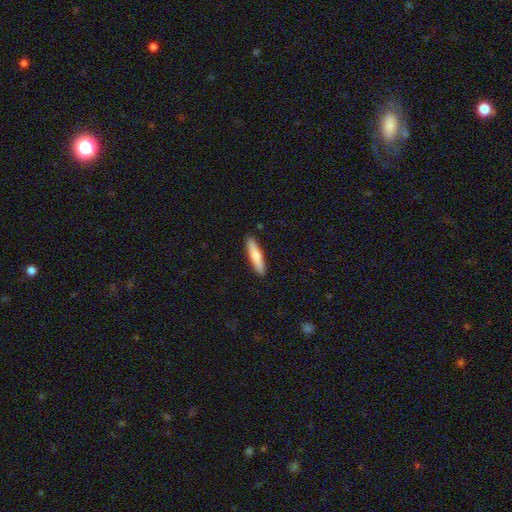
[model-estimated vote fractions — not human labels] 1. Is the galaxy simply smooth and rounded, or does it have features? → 71% smooth, 24% featured or disk, 5% star or artifact.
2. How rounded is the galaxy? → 85% cigar-shaped, 13% in between, 1% round.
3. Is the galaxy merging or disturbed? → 90% none, 7% minor disturbance, 1% major disturbance, 1% merger.